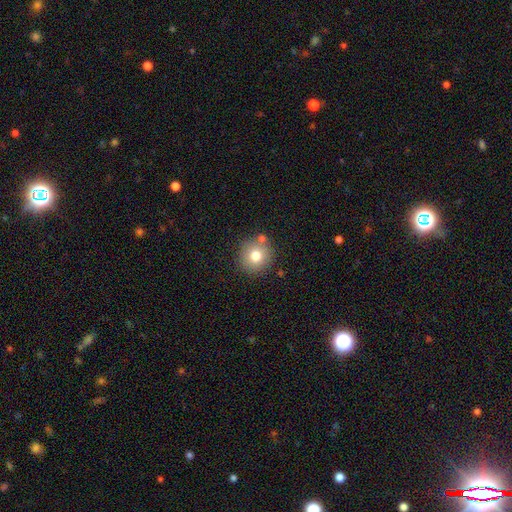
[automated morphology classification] smooth 77%, featured or disk 12%, star or artifact 11%. Down the decision tree: how rounded — round (92%); merging — none (81%).